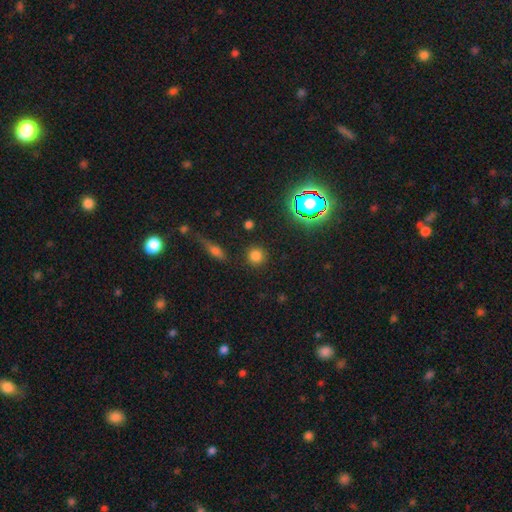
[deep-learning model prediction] Smooth or featured: smooth — 77% (star or artifact — 17%)
How rounded: round — 92% (in between — 7%)
Merging: none — 88% (minor disturbance — 7%)